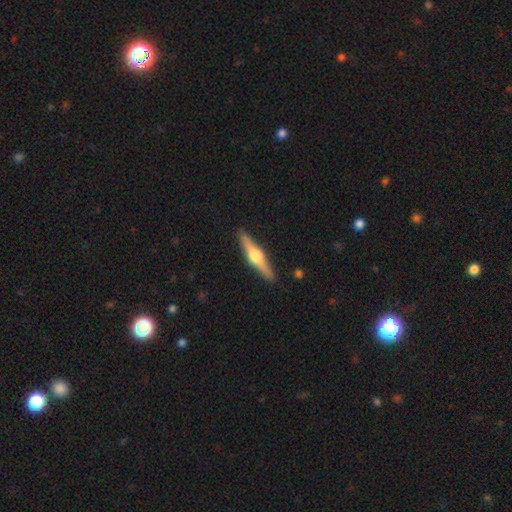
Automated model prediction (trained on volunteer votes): The model was most divided on "smooth or featured": featured or disk: 73%, smooth: 22%, star or artifact: 5%. More confident: edge-on disk — yes (98%); edge-on bulge — rounded (95%); merging — none (90%).